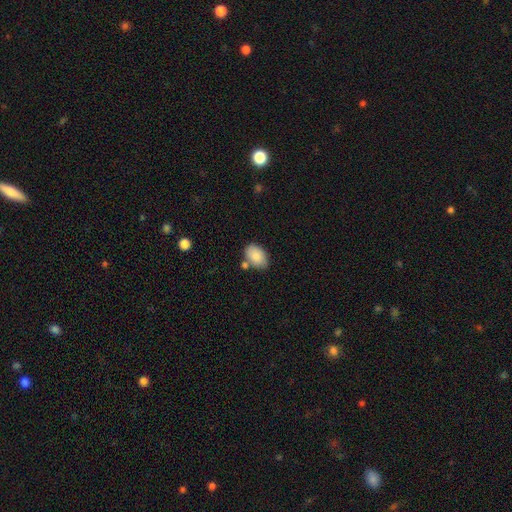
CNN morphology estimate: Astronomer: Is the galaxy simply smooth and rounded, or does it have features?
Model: smooth — 85%.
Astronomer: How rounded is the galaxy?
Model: in between — 90%.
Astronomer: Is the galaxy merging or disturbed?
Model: none — 69%.